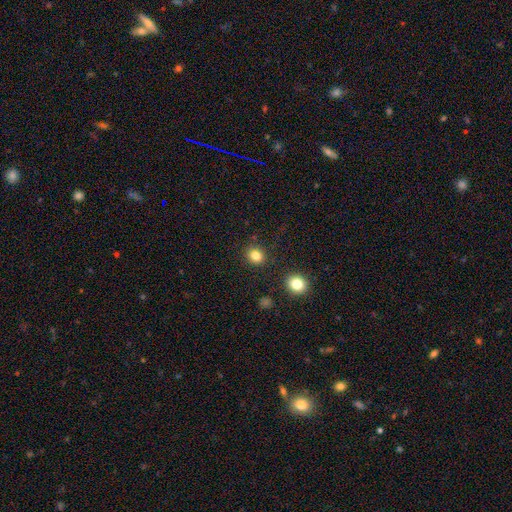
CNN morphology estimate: smooth_or_featured: smooth (p=0.83) [alt: star or artifact p=0.12]
how_rounded: round (p=0.70) [alt: in between p=0.29]
merging: none (p=0.88) [alt: minor disturbance p=0.07]